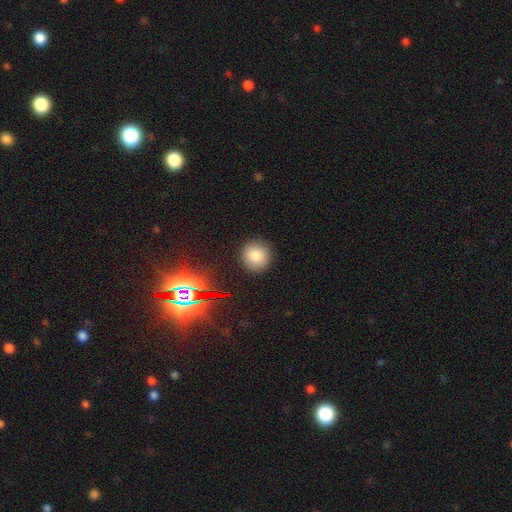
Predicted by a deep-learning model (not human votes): Smooth or featured? smooth (81%)
How rounded? round (93%)
Merging? none (91%)